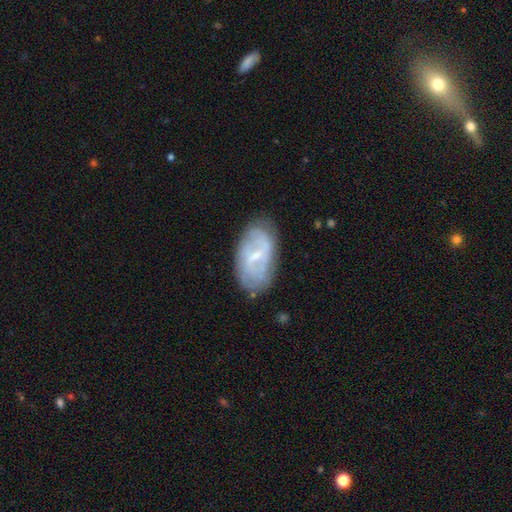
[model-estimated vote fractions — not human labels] smooth-or-featured: featured or disk: 70% | smooth: 23% | star or artifact: 7%
  disk-edge-on: no: 94% | yes: 6%
    bar: weak: 54% | strong: 30% | no: 15%
    has-spiral-arms: yes: 73% | no: 27%
    bulge-size: small: 63% | moderate: 24% | none: 10% | large: 1% | dominant: 1%
  merging: none: 74% | minor disturbance: 18% | major disturbance: 5% | merger: 2%